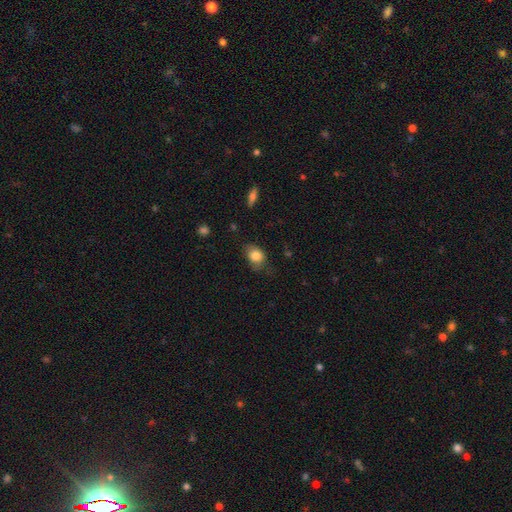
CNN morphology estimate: This is clearly a smooth galaxy (82%). How rounded: likely in between (64%). Merging: likely none (61%).